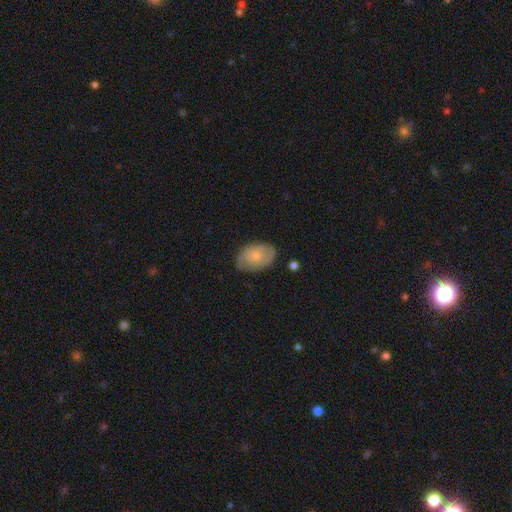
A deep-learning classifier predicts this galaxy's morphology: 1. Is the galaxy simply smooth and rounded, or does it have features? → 51% smooth, 43% featured or disk, 6% star or artifact.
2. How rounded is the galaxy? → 85% in between, 14% round, 1% cigar-shaped.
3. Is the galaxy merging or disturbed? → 74% none, 21% minor disturbance, 4% major disturbance, 1% merger.